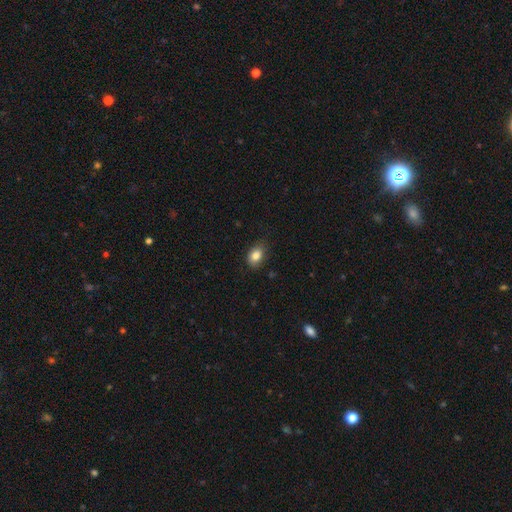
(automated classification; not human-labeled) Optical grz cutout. It shows a smooth galaxy with no disk features (84%) that is in between round and cigar-shaped (77%). Merging: none (77%).